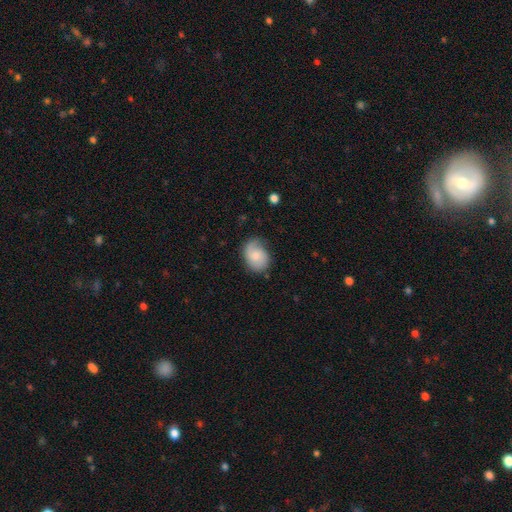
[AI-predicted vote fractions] This appears to be a smooth galaxy with no disk features (58%) that is in between round and cigar-shaped (61%). Merging: none (64%).